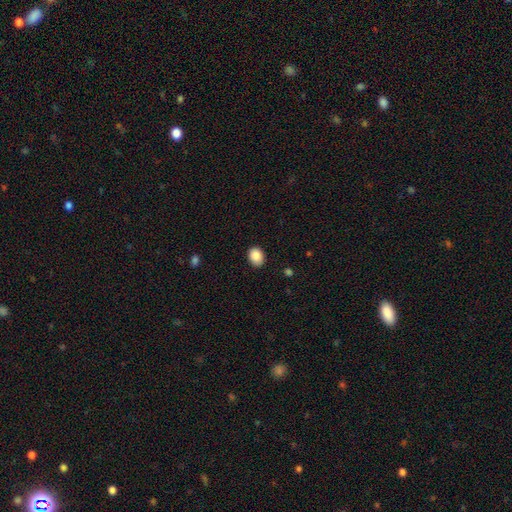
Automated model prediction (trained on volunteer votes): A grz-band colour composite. It shows a smooth galaxy with no disk features (88%) that is in between round and cigar-shaped (55%). Merging: none (89%).